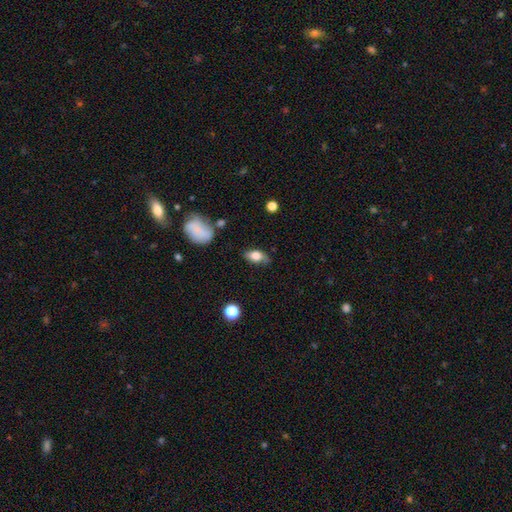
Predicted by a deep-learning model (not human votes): The model was most divided on "smooth or featured": smooth: 70%, featured or disk: 22%, star or artifact: 8%. More confident: how rounded — in between (83%); merging — none (70%).